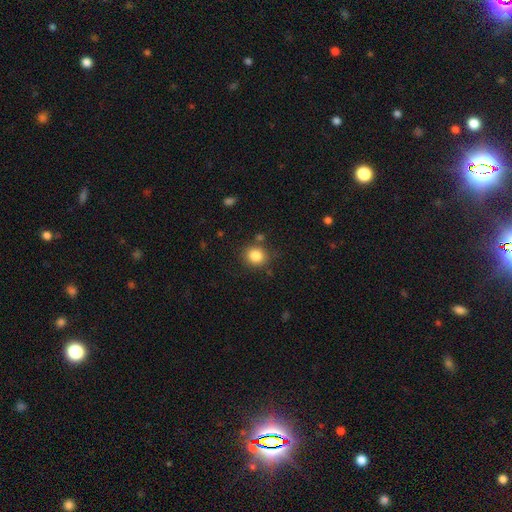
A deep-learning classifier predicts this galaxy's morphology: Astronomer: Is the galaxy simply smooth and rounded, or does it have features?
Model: smooth — 84%.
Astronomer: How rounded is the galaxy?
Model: round — 82%.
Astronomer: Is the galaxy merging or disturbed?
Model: none — 82%.